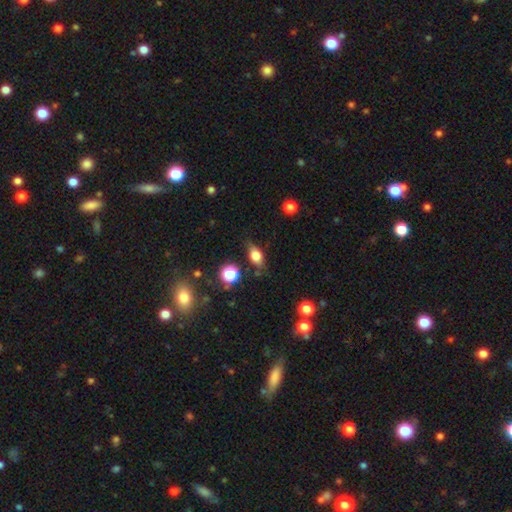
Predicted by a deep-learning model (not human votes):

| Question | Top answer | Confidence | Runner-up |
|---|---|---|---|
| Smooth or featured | smooth | 71% | featured or disk (18%) |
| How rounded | in between | 77% | round (16%) |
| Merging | none | 73% | minor disturbance (19%) |